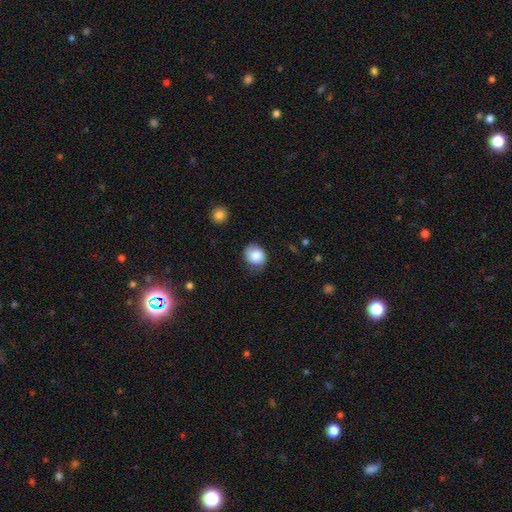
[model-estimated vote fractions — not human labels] Smooth or featured: smooth — 82% (featured or disk — 11%)
How rounded: round — 67% (in between — 32%)
Merging: none — 65% (minor disturbance — 27%)